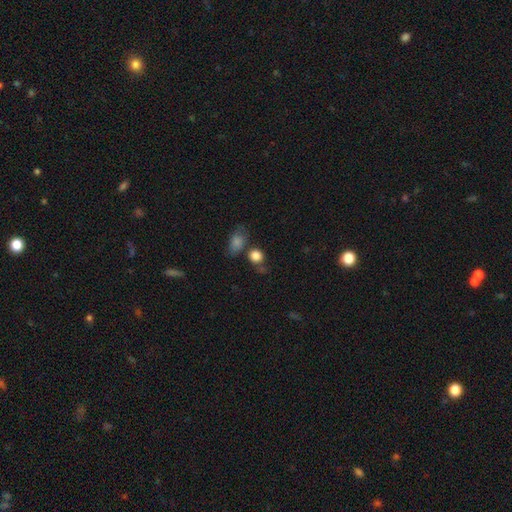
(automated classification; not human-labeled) The model was most divided on "merging": none: 59%, merger: 19%, minor disturbance: 15%, major disturbance: 7%. More confident: smooth or featured — smooth (82%); how rounded — round (80%).